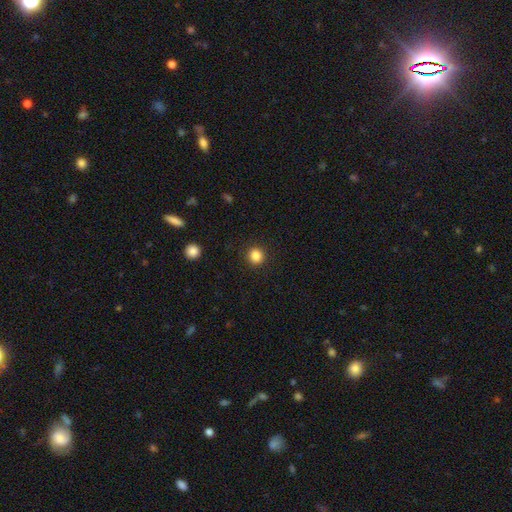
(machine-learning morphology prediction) smooth-or-featured: smooth: 85% | star or artifact: 11% | featured or disk: 4%
  how-rounded: round: 93% | in between: 6% | cigar-shaped: 1%
  merging: none: 92% | minor disturbance: 5% | major disturbance: 2% | merger: 1%